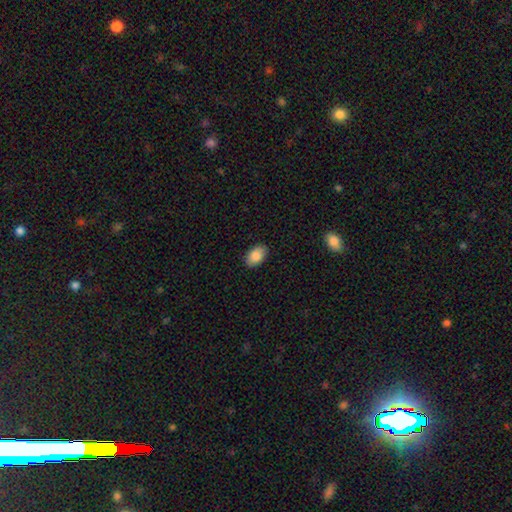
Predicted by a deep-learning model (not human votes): A smooth galaxy with no disk features (87%) that is in between round and cigar-shaped (90%). Merging: none (88%).